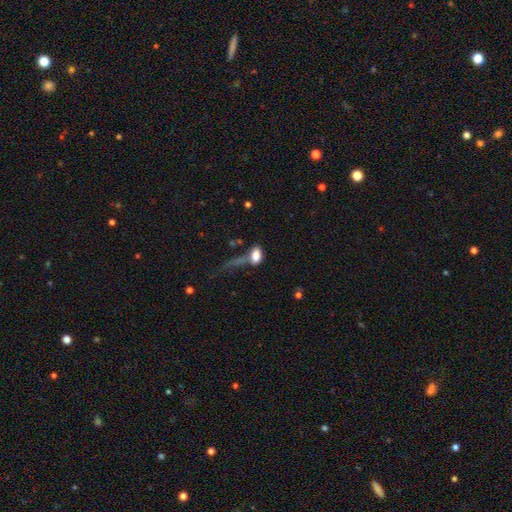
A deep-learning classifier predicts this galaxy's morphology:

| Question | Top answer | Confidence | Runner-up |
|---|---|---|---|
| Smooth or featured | smooth | 77% | featured or disk (13%) |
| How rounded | in between | 86% | round (8%) |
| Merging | major disturbance | 34% | none (29%) |